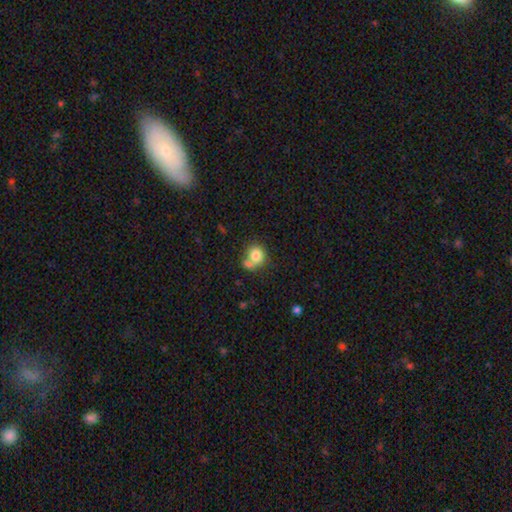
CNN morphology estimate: This is likely a smooth galaxy (80%). How rounded: clearly round (80%). Merging: possibly none (49%).